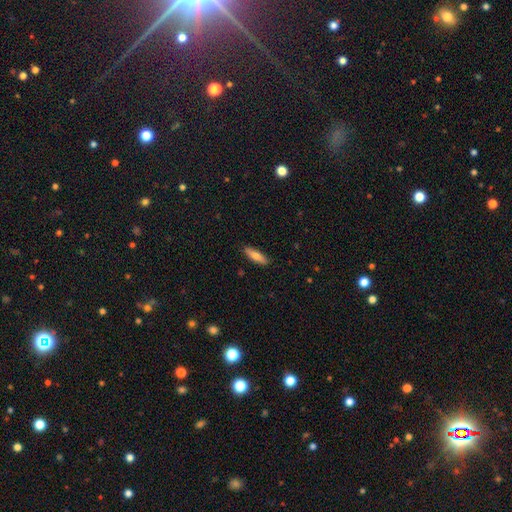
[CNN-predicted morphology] Smooth or featured?
  - smooth: 71% *
  - featured or disk: 23%
  - star or artifact: 6%
How rounded?
  - cigar-shaped: 62% *
  - in between: 36%
  - round: 2%
Merging?
  - none: 89% *
  - minor disturbance: 8%
  - major disturbance: 2%
  - merger: 1%